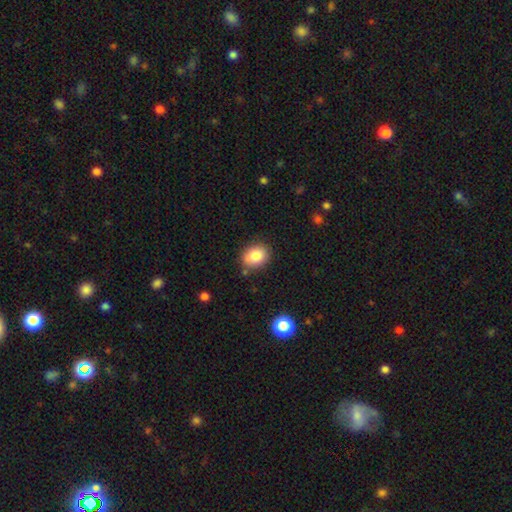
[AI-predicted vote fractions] This appears to be a smooth galaxy with no disk features (84%) that is in between round and cigar-shaped (57%). Merging: none (80%).